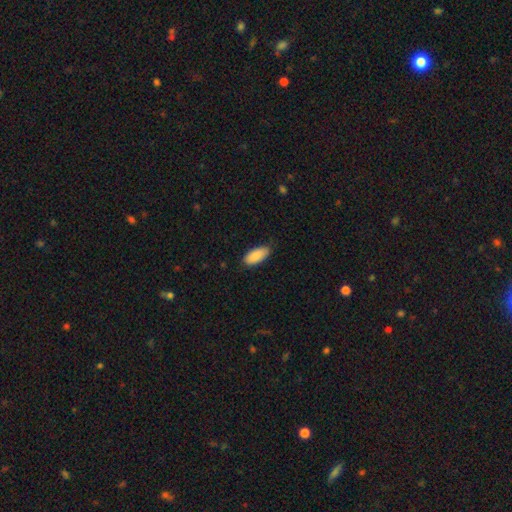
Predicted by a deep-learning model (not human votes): Overall: smooth (89%). How rounded: in between (89%). Merging: none (79%).